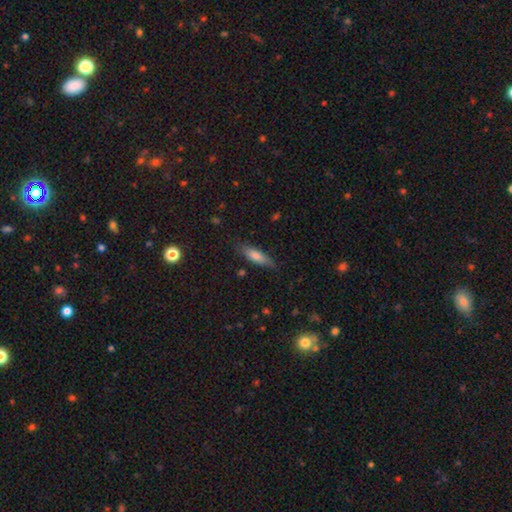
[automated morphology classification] Smooth or featured? Predicted: smooth (p=0.72). How rounded? Predicted: cigar-shaped (p=0.55). Merging? Predicted: none (p=0.81).